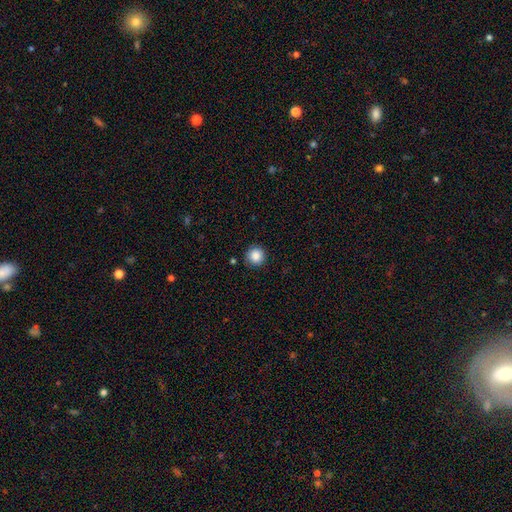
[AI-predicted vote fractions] Q: Smooth or featured?
A: smooth (87%); runner-up: star or artifact (9%)
Q: How rounded?
A: round (95%); runner-up: in between (4%)
Q: Merging?
A: none (88%); runner-up: minor disturbance (8%)